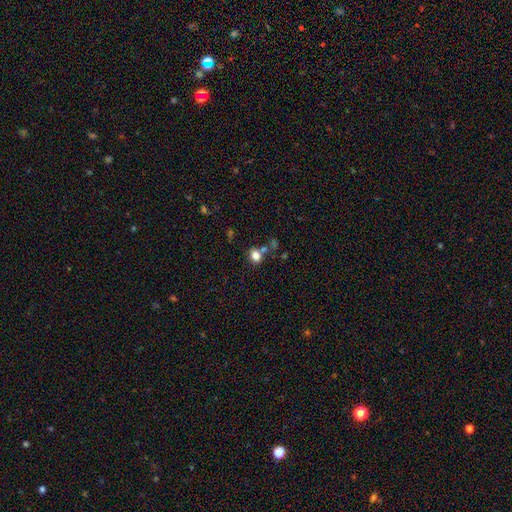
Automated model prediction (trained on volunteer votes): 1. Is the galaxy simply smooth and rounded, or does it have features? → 80% smooth, 13% star or artifact, 8% featured or disk.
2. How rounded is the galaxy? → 50% in between, 49% round, 1% cigar-shaped.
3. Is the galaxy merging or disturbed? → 63% none, 18% merger, 14% minor disturbance, 6% major disturbance.